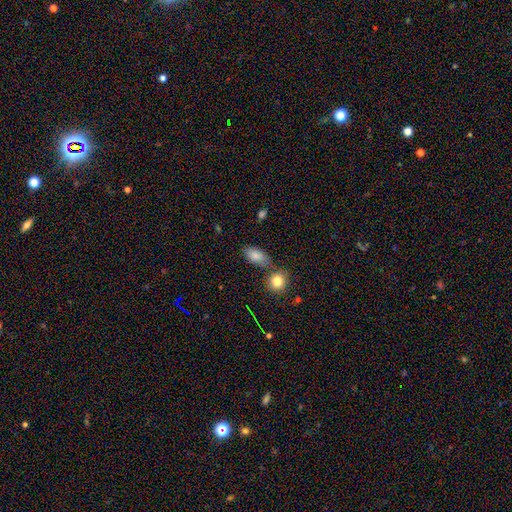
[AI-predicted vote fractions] This is clearly a smooth galaxy (83%). How rounded: clearly in between (90%). Merging: likely none (66%).